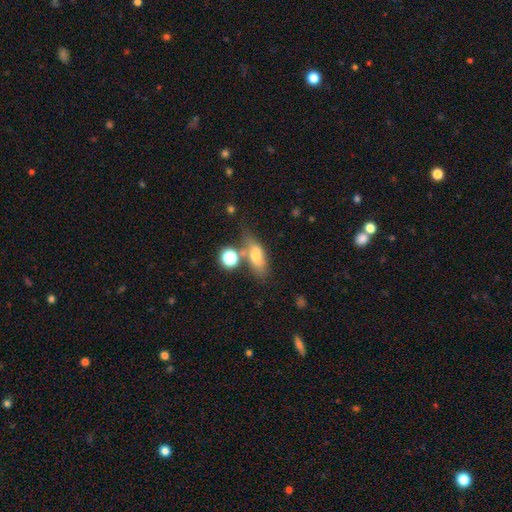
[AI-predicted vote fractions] smooth_or_featured: smooth (p=0.64) [alt: featured or disk p=0.24]
how_rounded: in between (p=0.69) [alt: cigar-shaped p=0.20]
merging: none (p=0.46) [alt: merger p=0.22]